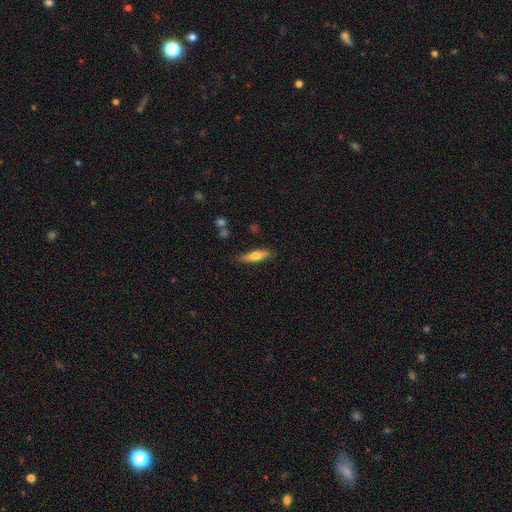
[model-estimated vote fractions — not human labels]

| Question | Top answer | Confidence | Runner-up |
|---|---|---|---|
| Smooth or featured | smooth | 64% | featured or disk (30%) |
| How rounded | cigar-shaped | 68% | in between (30%) |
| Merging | none | 84% | minor disturbance (11%) |